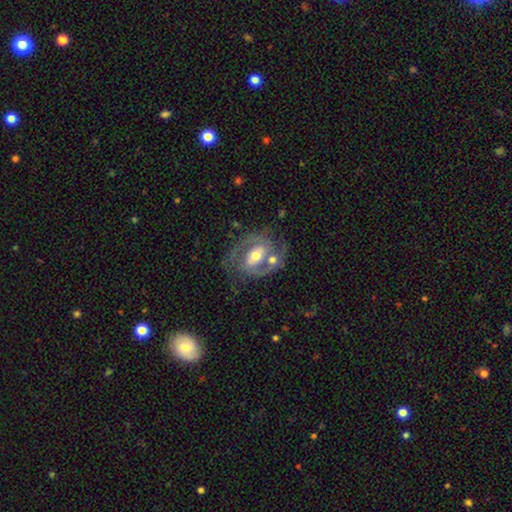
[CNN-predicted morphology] Q: Smooth or featured?
A: featured or disk (84%); runner-up: smooth (10%)
Q: Edge-on disk?
A: no (97%); runner-up: yes (3%)
Q: Bar?
A: weak (42%); runner-up: strong (29%)
Q: Spiral arms?
A: yes (91%); runner-up: no (9%)
Q: Spiral winding?
A: medium (51%); runner-up: tight (35%)
Q: Spiral arm count?
A: 2 (82%); runner-up: can't tell (7%)
Q: Bulge size?
A: moderate (70%); runner-up: small (17%)
Q: Merging?
A: none (57%); runner-up: minor disturbance (17%)